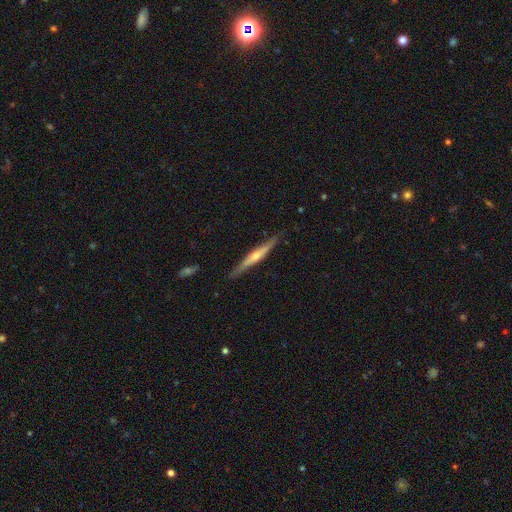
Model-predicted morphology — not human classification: featured or disk 67%, smooth 28%, star or artifact 6%. Down the decision tree: edge-on disk — yes (96%); edge-on bulge — rounded (81%); merging — none (86%).